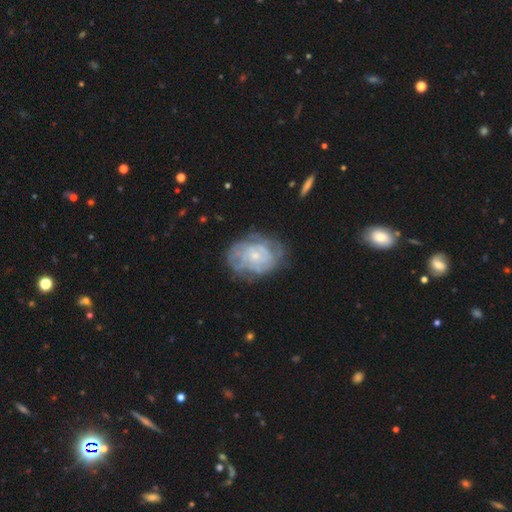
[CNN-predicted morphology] smooth-or-featured: featured or disk: 71% | smooth: 22% | star or artifact: 7%
  disk-edge-on: no: 97% | yes: 3%
    bar: no: 80% | weak: 17% | strong: 3%
    has-spiral-arms: yes: 71% | no: 29%
    bulge-size: small: 73% | moderate: 20% | none: 4% | large: 2% | dominant: 1%
  merging: none: 64% | minor disturbance: 22% | major disturbance: 12% | merger: 2%